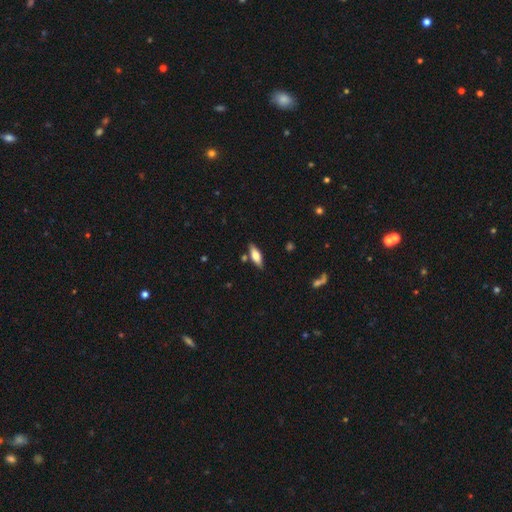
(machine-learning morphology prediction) smooth 63%, featured or disk 30%, star or artifact 7%. Down the decision tree: how rounded — in between (62%); merging — none (80%).